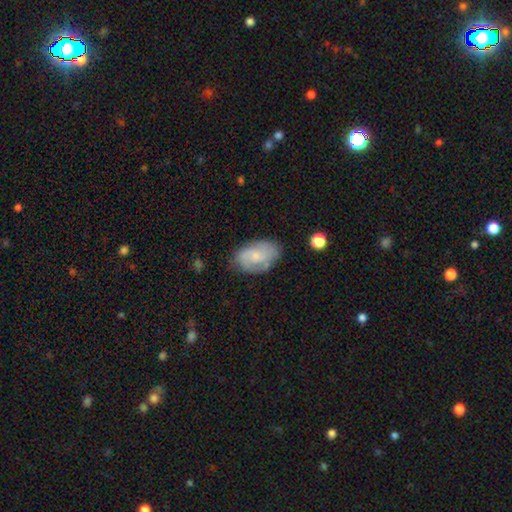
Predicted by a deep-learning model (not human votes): smooth-or-featured: featured or disk: 51% | smooth: 42% | star or artifact: 7%
  disk-edge-on: no: 96% | yes: 4%
  merging: none: 69% | minor disturbance: 22% | major disturbance: 7% | merger: 2%